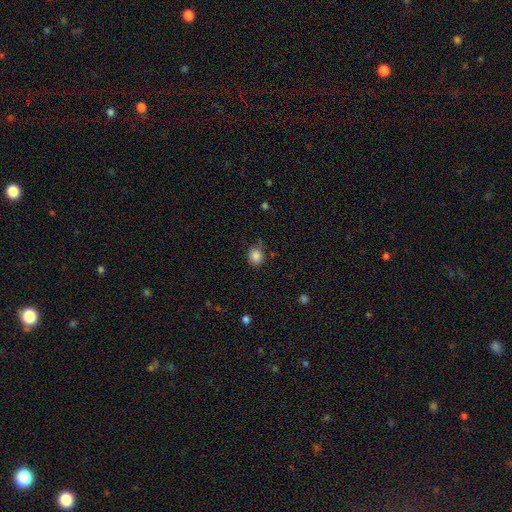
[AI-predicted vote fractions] This appears to be a smooth galaxy with no disk features (85%) that is round (68%). Merging: none (73%).